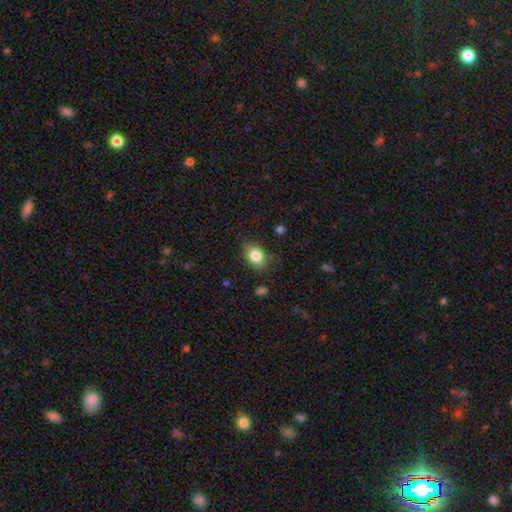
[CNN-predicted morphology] A smooth galaxy with no disk features (83%) that is in between round and cigar-shaped (71%).

Vote fractions:
- Smooth or featured? smooth: 83% / star or artifact: 9% / featured or disk: 8%
- How rounded? in between: 71% / round: 27% / cigar-shaped: 1%
- Merging? none: 79% / minor disturbance: 16% / major disturbance: 4% / merger: 2%